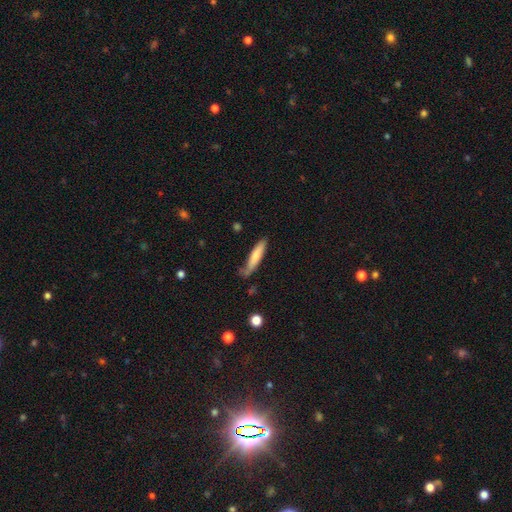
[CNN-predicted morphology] Smooth or featured? Predicted: smooth (p=0.73). How rounded? Predicted: cigar-shaped (p=0.86). Merging? Predicted: none (p=0.65).